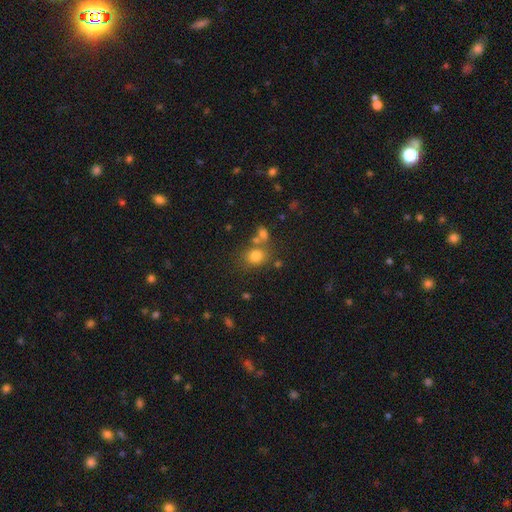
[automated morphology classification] This is likely a smooth galaxy (77%). How rounded: likely round (67%). Merging: possibly none (60%).